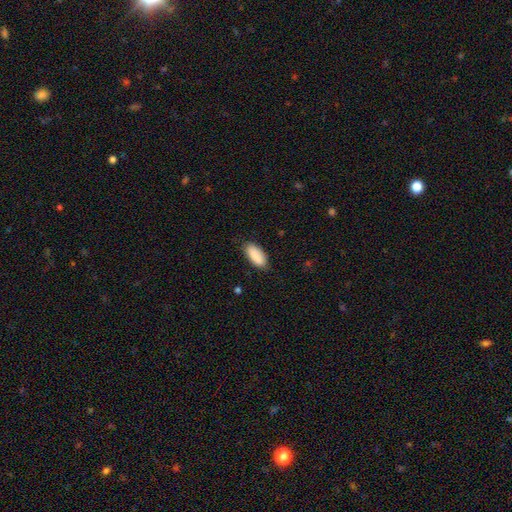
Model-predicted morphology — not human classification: smooth 90%, star or artifact 6%, featured or disk 5%. Down the decision tree: how rounded — in between (90%); merging — none (84%).